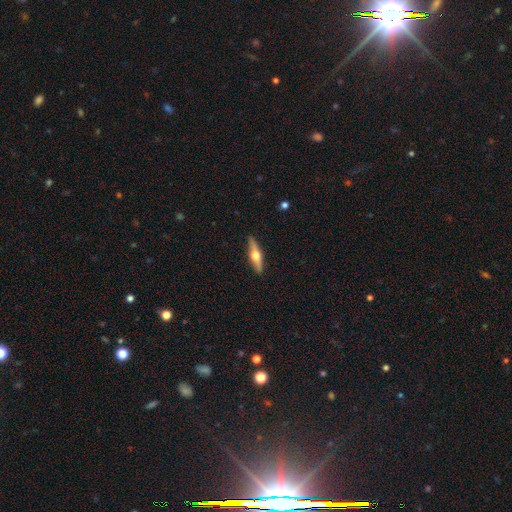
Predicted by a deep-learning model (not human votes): Overall: featured or disk (61%; smooth 34%). Edge-on disk: yes (95%). Edge-on bulge: rounded (96%). Merging: none (90%).